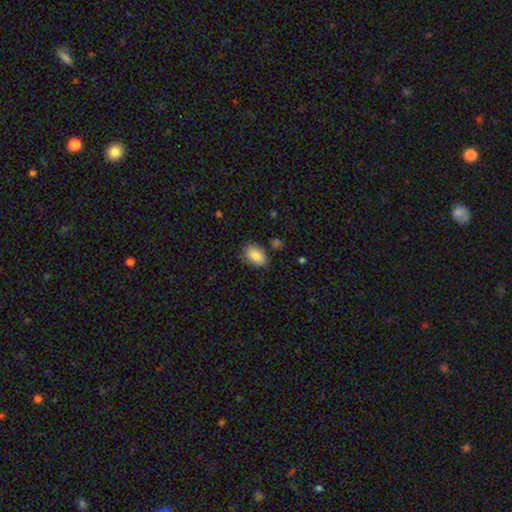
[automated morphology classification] This is clearly a smooth galaxy (86%). How rounded: clearly in between (90%). Merging: likely none (78%).